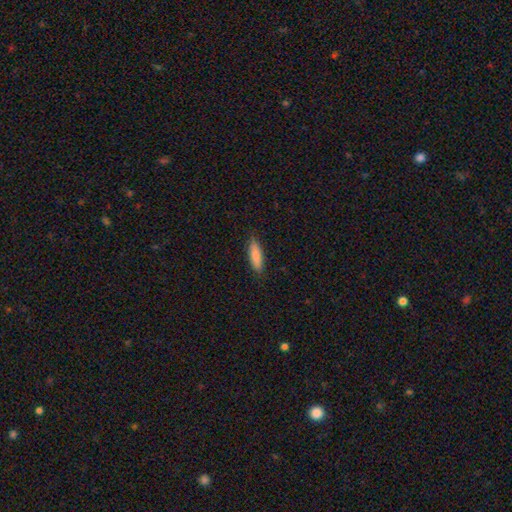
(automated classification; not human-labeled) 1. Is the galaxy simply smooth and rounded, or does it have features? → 83% smooth, 11% featured or disk, 6% star or artifact.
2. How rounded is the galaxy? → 56% cigar-shaped, 42% in between, 2% round.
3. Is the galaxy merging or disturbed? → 86% none, 11% minor disturbance, 2% major disturbance, 1% merger.